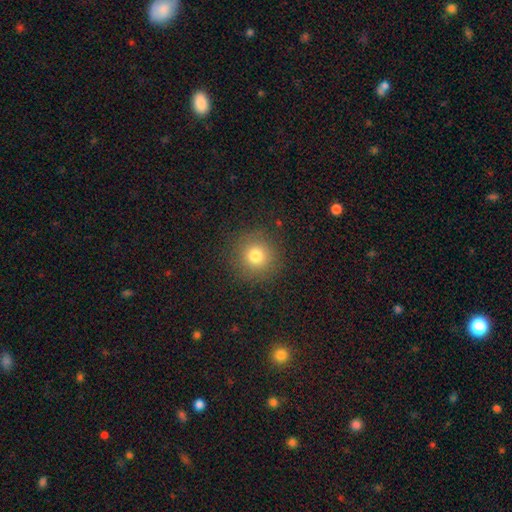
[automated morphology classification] smooth 78%, star or artifact 14%, featured or disk 8%. Down the decision tree: how rounded — round (94%); merging — none (89%).